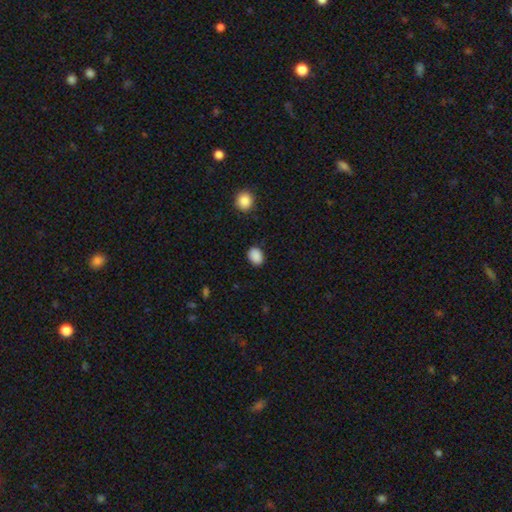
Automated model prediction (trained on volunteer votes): This appears to be a smooth galaxy with no disk features (89%) that is in between round and cigar-shaped (62%). Merging: none (86%).